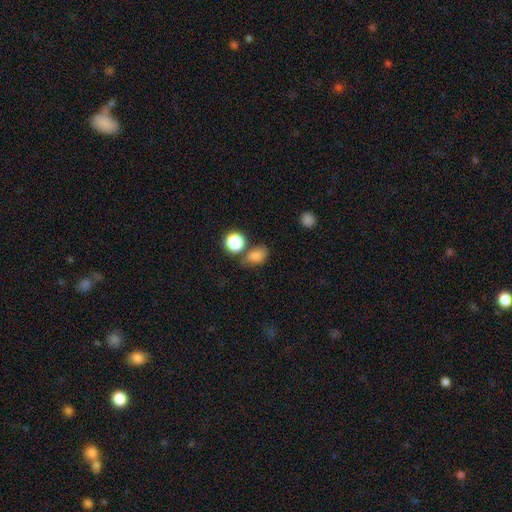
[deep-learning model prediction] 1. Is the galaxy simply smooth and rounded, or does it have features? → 78% smooth, 15% star or artifact, 7% featured or disk.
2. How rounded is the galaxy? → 73% in between, 25% round, 2% cigar-shaped.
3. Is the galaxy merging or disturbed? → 61% none, 19% minor disturbance, 14% merger, 7% major disturbance.